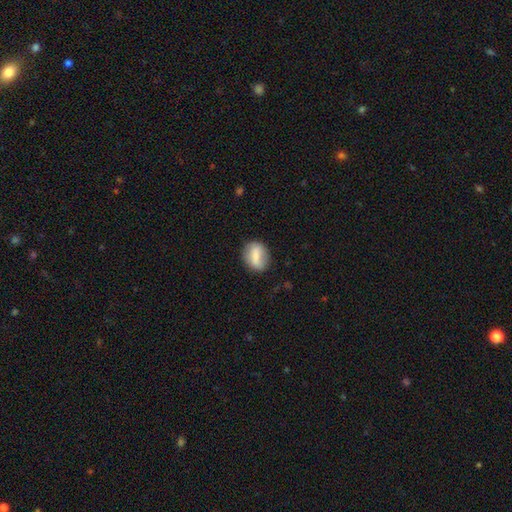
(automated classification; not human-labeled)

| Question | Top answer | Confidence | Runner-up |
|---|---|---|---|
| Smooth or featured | smooth | 70% | featured or disk (23%) |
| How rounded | in between | 57% | round (40%) |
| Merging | none | 79% | minor disturbance (15%) |